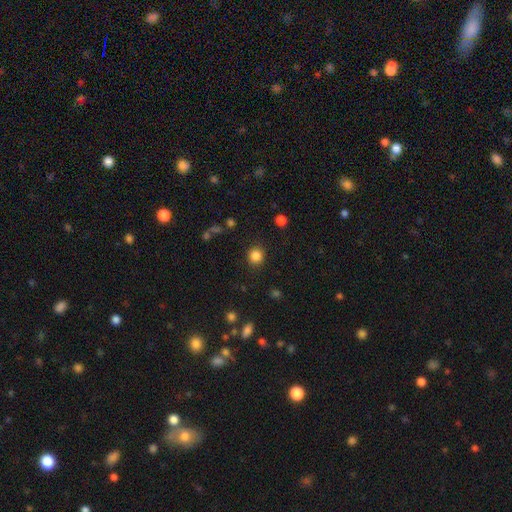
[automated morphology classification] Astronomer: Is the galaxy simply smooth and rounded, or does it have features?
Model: smooth — 85%.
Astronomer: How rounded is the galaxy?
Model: round — 89%.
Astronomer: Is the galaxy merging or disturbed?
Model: none — 89%.